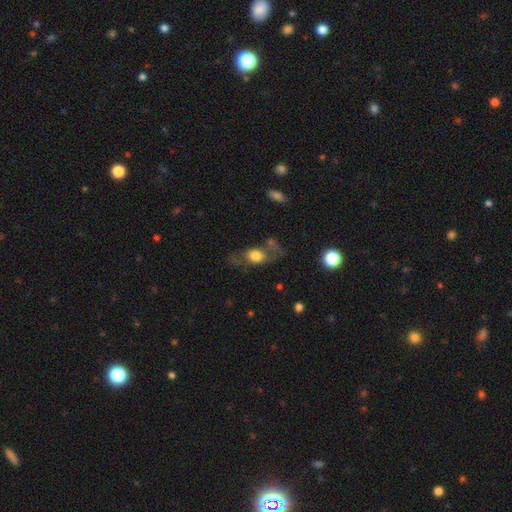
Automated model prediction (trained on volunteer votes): Smooth or featured: smooth — 59% (featured or disk — 33%)
How rounded: in between — 68% (round — 23%)
Merging: none — 53% (minor disturbance — 21%)